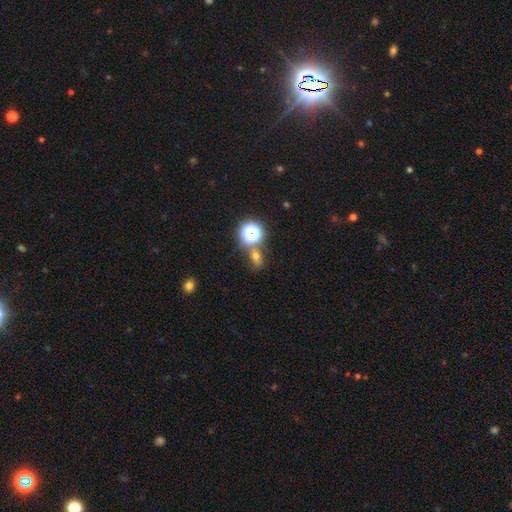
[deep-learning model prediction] A smooth galaxy with no disk features (56%) that is round (49%).

Vote fractions:
- Smooth or featured? smooth: 56% / star or artifact: 30% / featured or disk: 14%
- How rounded? round: 49% / in between: 47% / cigar-shaped: 4%
- Merging? none: 68% / merger: 15% / minor disturbance: 12% / major disturbance: 5%